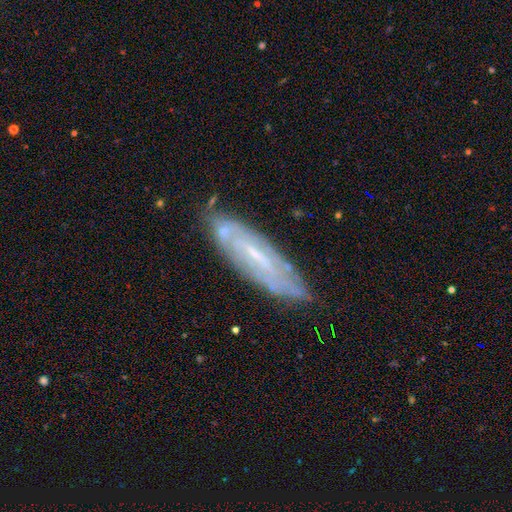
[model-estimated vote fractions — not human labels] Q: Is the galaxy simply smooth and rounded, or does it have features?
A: featured or disk — 69%.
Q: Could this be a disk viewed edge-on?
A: no — 72%.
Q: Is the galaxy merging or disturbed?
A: none — 75%.